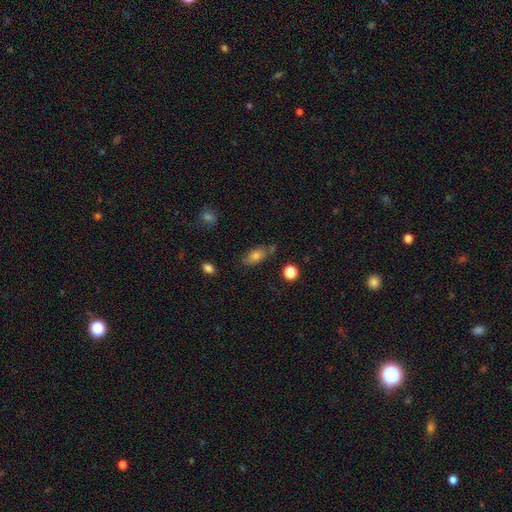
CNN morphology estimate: This is likely a smooth galaxy (73%). How rounded: clearly in between (83%). Merging: likely none (69%).